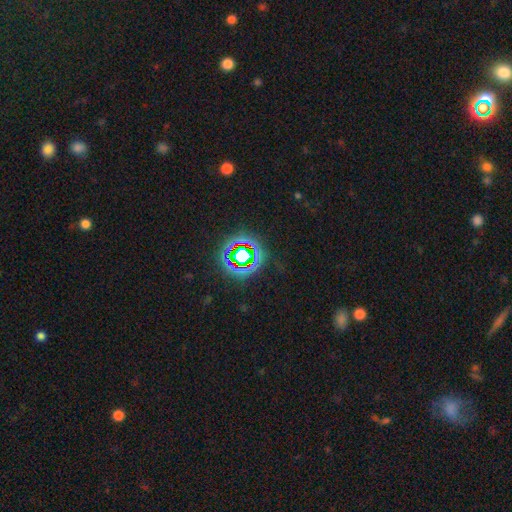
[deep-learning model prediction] A star or artifact, not a galaxy (72%).

Vote fractions:
- Smooth or featured? star or artifact: 72% / smooth: 18% / featured or disk: 11%